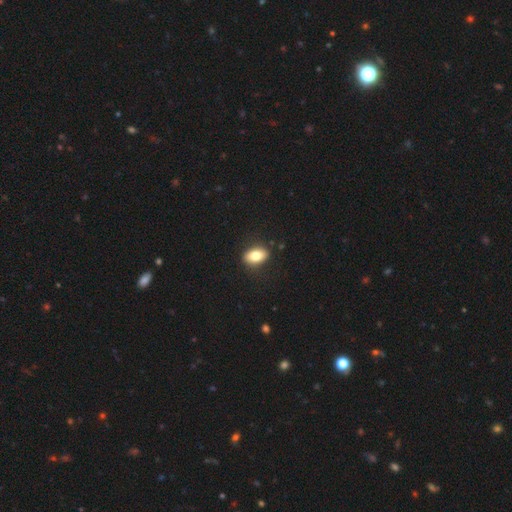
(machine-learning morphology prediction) A smooth galaxy with no disk features (77%) that is in between round and cigar-shaped (85%).

Vote fractions:
- Smooth or featured? smooth: 77% / featured or disk: 15% / star or artifact: 8%
- How rounded? in between: 85% / round: 12% / cigar-shaped: 3%
- Merging? none: 86% / minor disturbance: 10% / major disturbance: 3% / merger: 1%